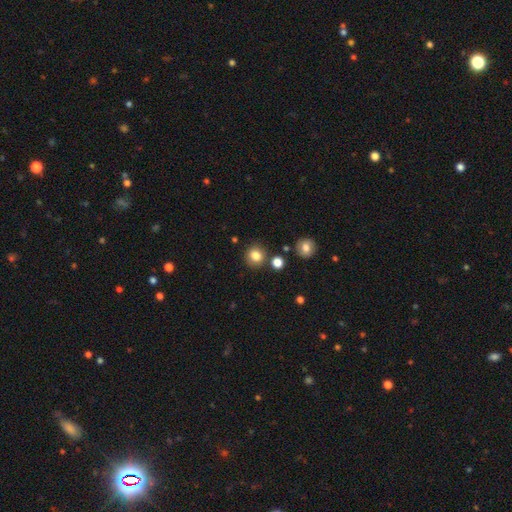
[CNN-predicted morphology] This is clearly a smooth galaxy (82%). How rounded: clearly round (87%). Merging: clearly none (84%).